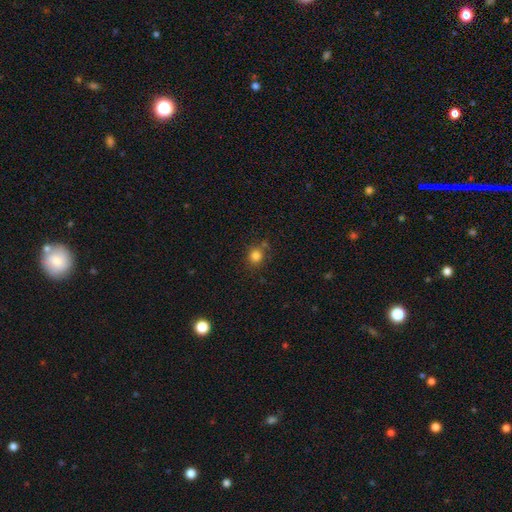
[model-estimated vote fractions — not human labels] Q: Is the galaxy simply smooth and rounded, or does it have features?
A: smooth — 82%.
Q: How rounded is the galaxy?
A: round — 84%.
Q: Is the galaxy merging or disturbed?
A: none — 72%.